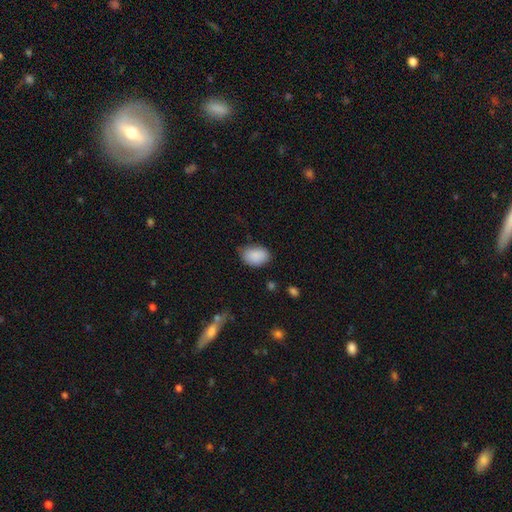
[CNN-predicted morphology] Q: Smooth or featured?
A: smooth (89%); runner-up: star or artifact (7%)
Q: How rounded?
A: in between (82%); runner-up: round (17%)
Q: Merging?
A: none (70%); runner-up: minor disturbance (24%)